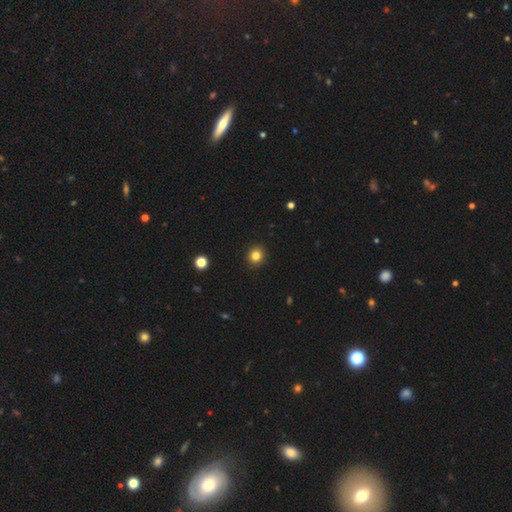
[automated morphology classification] This is clearly a smooth galaxy (83%). How rounded: clearly round (89%). Merging: clearly none (92%).